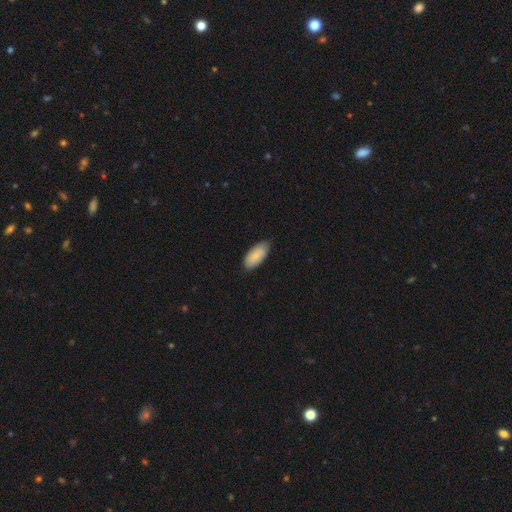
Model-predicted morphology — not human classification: smooth_or_featured: smooth (p=0.85) [alt: featured or disk p=0.09]
how_rounded: in between (p=0.92) [alt: cigar-shaped p=0.07]
merging: none (p=0.80) [alt: minor disturbance p=0.16]